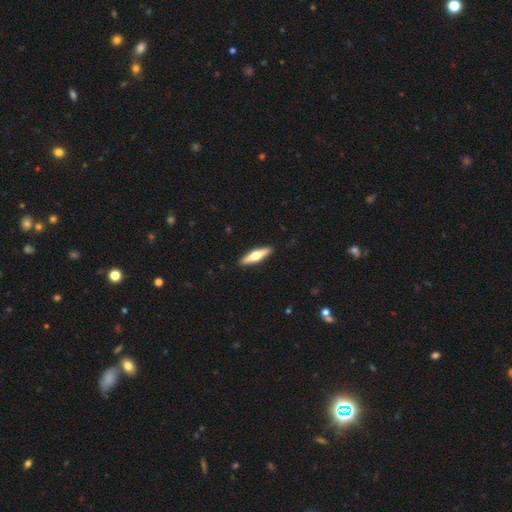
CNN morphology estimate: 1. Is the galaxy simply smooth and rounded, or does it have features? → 53% featured or disk, 42% smooth, 5% star or artifact.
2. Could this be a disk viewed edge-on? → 94% yes, 6% no.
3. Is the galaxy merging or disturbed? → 92% none, 6% minor disturbance, 1% major disturbance, 1% merger.